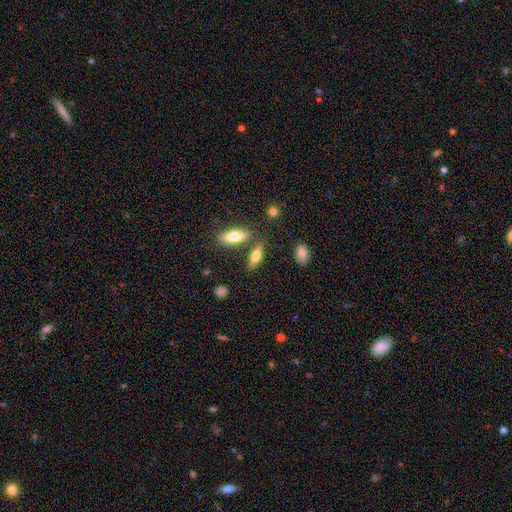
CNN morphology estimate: A smooth galaxy with no disk features (66%) that is in between round and cigar-shaped (52%).

Vote fractions:
- Smooth or featured? smooth: 66% / featured or disk: 26% / star or artifact: 8%
- How rounded? in between: 52% / cigar-shaped: 44% / round: 4%
- Merging? none: 69% / merger: 14% / minor disturbance: 13% / major disturbance: 4%